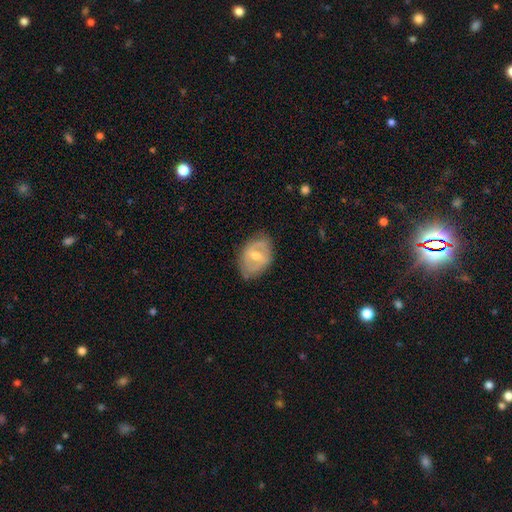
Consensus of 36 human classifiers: A featured or disk galaxy (53%) with a weak bar (47%), no spiral arms (58%) and a moderate central bulge (74%). Merging: none (60%).